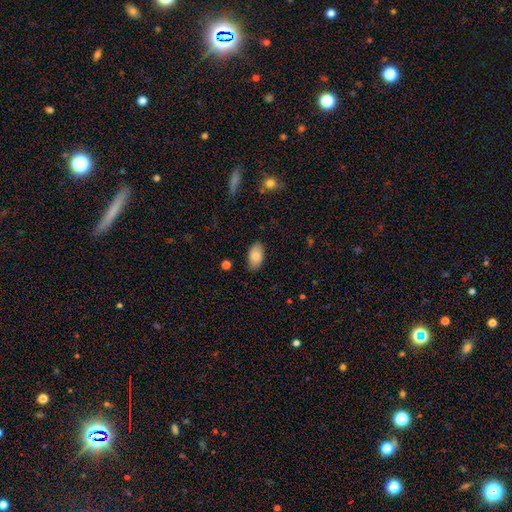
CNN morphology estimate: Q: Smooth or featured?
A: smooth (84%); runner-up: featured or disk (10%)
Q: How rounded?
A: in between (94%); runner-up: round (4%)
Q: Merging?
A: none (84%); runner-up: minor disturbance (12%)